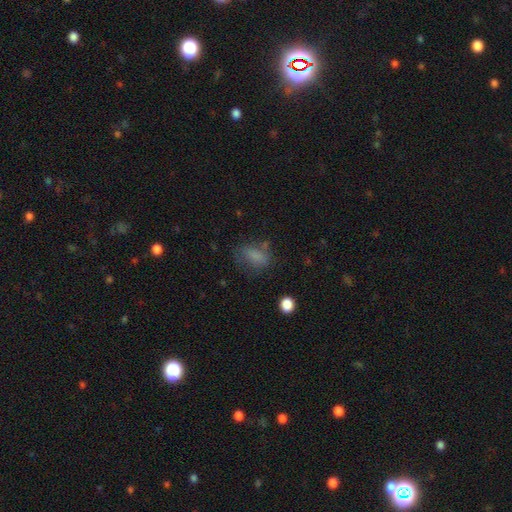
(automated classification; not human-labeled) The model was most divided on "merging": none: 55%, minor disturbance: 24%, major disturbance: 16%, merger: 5%. More confident: how rounded — in between (79%); smooth or featured — smooth (74%).